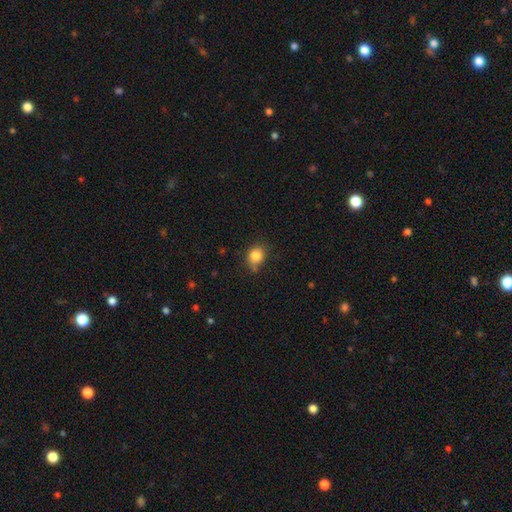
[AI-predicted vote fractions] smooth 84%, star or artifact 10%, featured or disk 6%. Down the decision tree: how rounded — round (68%); merging — none (67%).